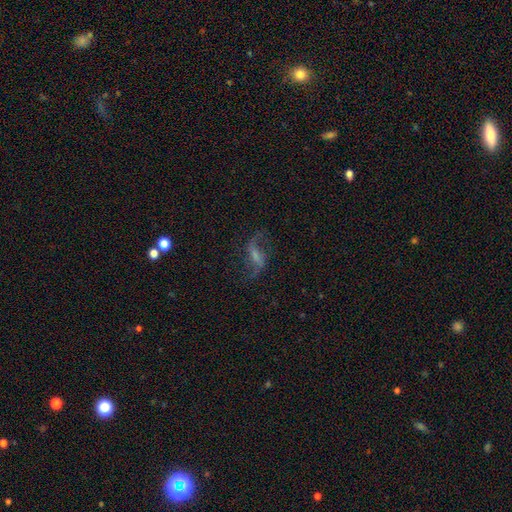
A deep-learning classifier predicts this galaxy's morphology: Smooth or featured?
  - featured or disk: 73% *
  - smooth: 14%
  - star or artifact: 13%
Edge-on disk?
  - no: 93% *
  - yes: 7%
Bar?
  - weak: 45% *
  - strong: 34%
  - no: 21%
Spiral arms?
  - yes: 90% *
  - no: 10%
Spiral winding?
  - loose: 78% *
  - medium: 18%
  - tight: 4%
Spiral arm count?
  - 2: 89% *
  - can't tell: 4%
  - 1: 4%
  - 3: 1%
  - 4: 1%
  - more than 4: 1%
Bulge size?
  - small: 40% *
  - none: 33%
  - moderate: 21%
  - large: 4%
  - dominant: 2%
Merging?
  - none: 70% *
  - minor disturbance: 15%
  - major disturbance: 13%
  - merger: 2%